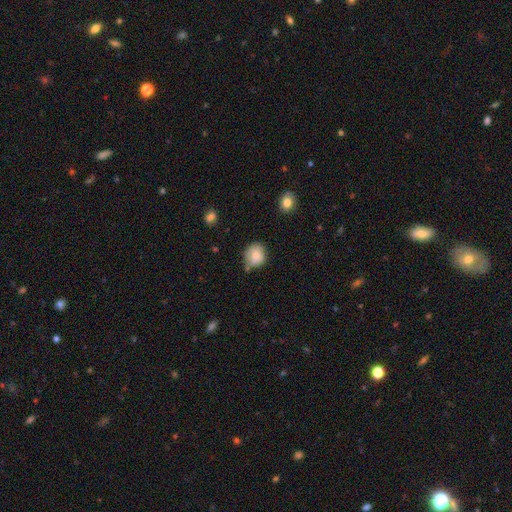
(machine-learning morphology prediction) smooth 80%, featured or disk 12%, star or artifact 8%. Down the decision tree: how rounded — round (70%); merging — none (58%).